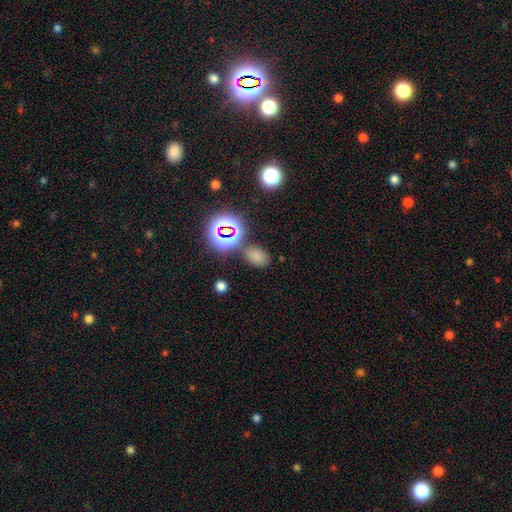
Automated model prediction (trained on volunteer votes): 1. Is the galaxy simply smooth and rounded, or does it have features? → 68% smooth, 26% star or artifact, 6% featured or disk.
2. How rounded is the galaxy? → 80% in between, 18% round, 1% cigar-shaped.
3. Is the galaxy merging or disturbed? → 75% none, 12% minor disturbance, 9% merger, 4% major disturbance.